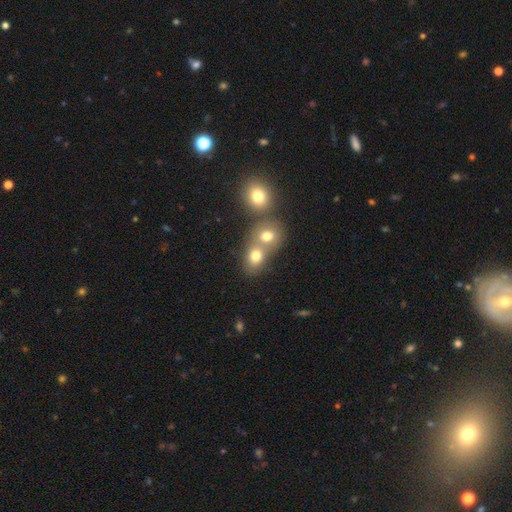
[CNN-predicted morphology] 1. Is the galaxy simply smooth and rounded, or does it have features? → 74% smooth, 13% star or artifact, 12% featured or disk.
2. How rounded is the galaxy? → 66% round, 33% in between, 1% cigar-shaped.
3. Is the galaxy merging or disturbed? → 52% merger, 37% none, 7% minor disturbance, 3% major disturbance.